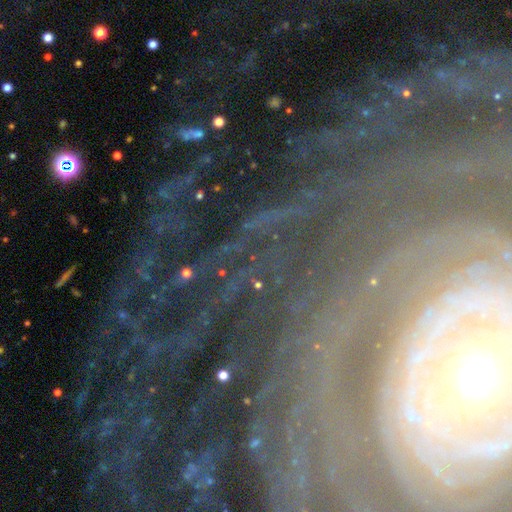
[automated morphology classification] A featured or disk galaxy (74%) with no bar (50%), tight (77%) spiral arms (95%) and a small central bulge (45%).

Vote fractions:
- Smooth or featured? featured or disk: 74% / star or artifact: 17% / smooth: 8%
- Edge-on disk? no: 93% / yes: 7%
- Bar? no: 50% / strong: 26% / weak: 24%
- Spiral arms? yes: 95% / no: 5%
- Spiral winding? tight: 77% / medium: 16% / loose: 6%
- Spiral arm count? can't tell: 25% / more than 4: 20% / 2: 15% / 3: 14% / 4: 14% / 1: 11%
- Bulge size? small: 45% / moderate: 39% / large: 9% / dominant: 3% / none: 3%
- Merging? none: 75% / minor disturbance: 12% / major disturbance: 10% / merger: 3%